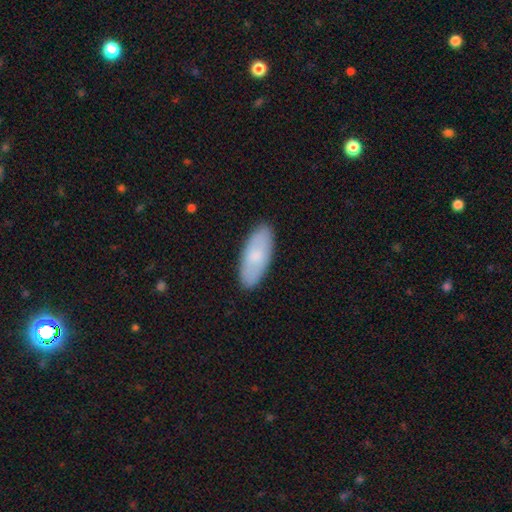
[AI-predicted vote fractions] smooth-or-featured: smooth: 78% | featured or disk: 17% | star or artifact: 6%
  how-rounded: in between: 79% | cigar-shaped: 19% | round: 2%
  merging: none: 89% | minor disturbance: 9% | major disturbance: 2% | merger: 1%